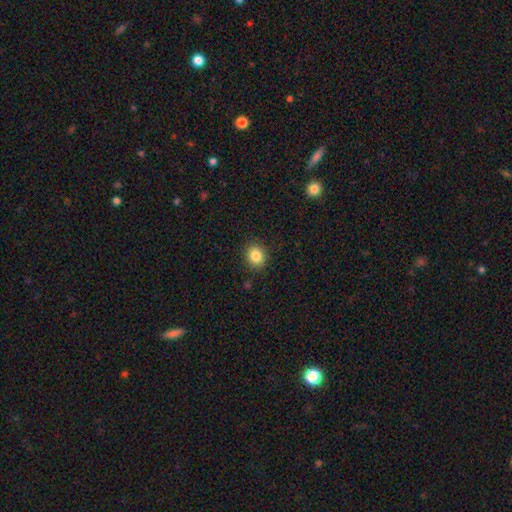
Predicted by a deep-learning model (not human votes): Smooth or featured: smooth — 84% (star or artifact — 10%)
How rounded: round — 75% (in between — 24%)
Merging: none — 89% (minor disturbance — 8%)